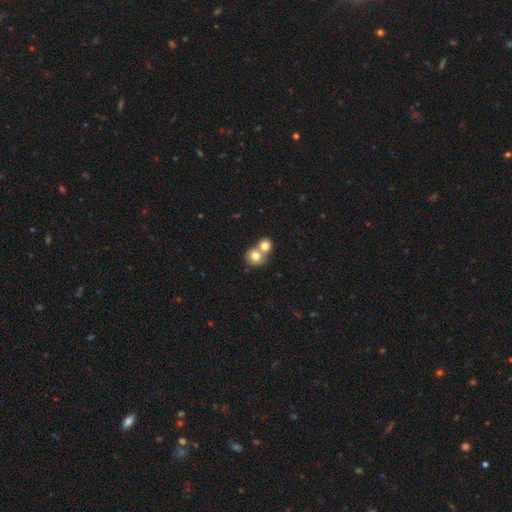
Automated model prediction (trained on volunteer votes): This is likely a smooth galaxy (76%). How rounded: likely round (78%). Merging: likely merger (64%).